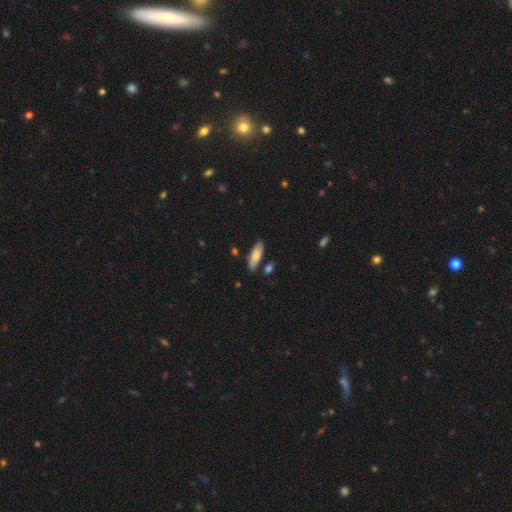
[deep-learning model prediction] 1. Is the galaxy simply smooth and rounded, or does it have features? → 78% smooth, 16% featured or disk, 6% star or artifact.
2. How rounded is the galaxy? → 65% in between, 33% cigar-shaped, 2% round.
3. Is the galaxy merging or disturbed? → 82% none, 12% minor disturbance, 4% merger, 2% major disturbance.